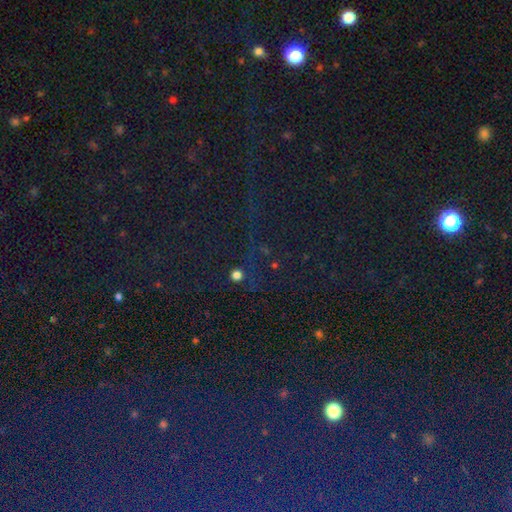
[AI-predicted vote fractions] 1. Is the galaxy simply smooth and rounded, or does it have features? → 82% star or artifact, 11% smooth, 8% featured or disk.